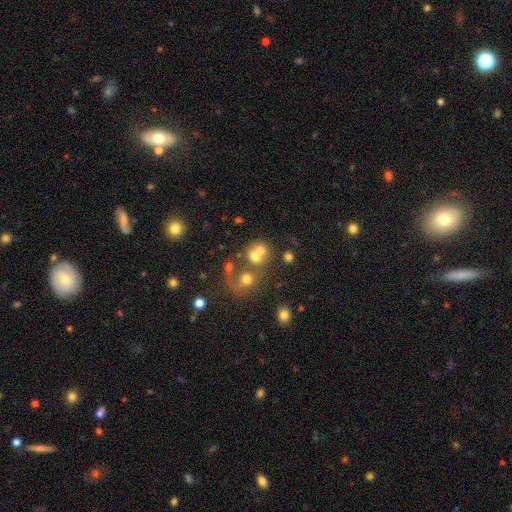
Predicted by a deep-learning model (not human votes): Overall: smooth (58%; featured or disk 25%). How rounded: round (72%). Merging: merger (54%; none 30%).